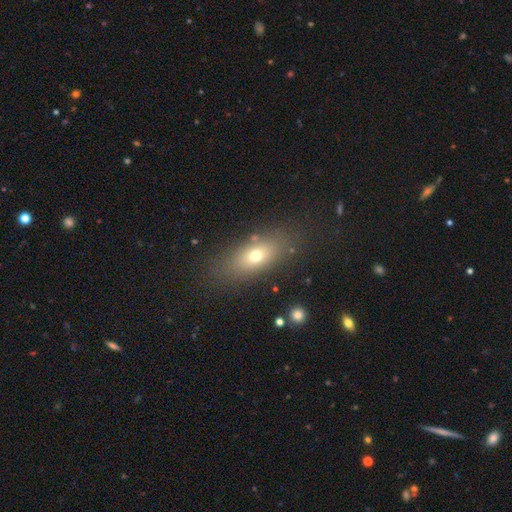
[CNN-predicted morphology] A smooth galaxy with no disk features (67%) that is in between round and cigar-shaped (74%). Merging: none (80%).